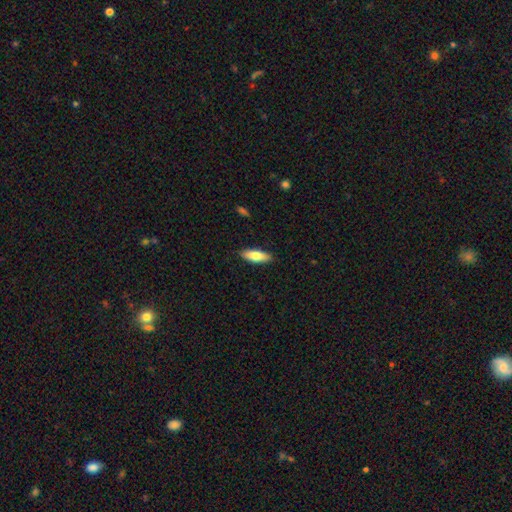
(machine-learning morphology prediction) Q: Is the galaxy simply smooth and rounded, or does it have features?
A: smooth — 75%.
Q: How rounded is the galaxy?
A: in between — 61%.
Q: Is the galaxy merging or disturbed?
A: none — 89%.